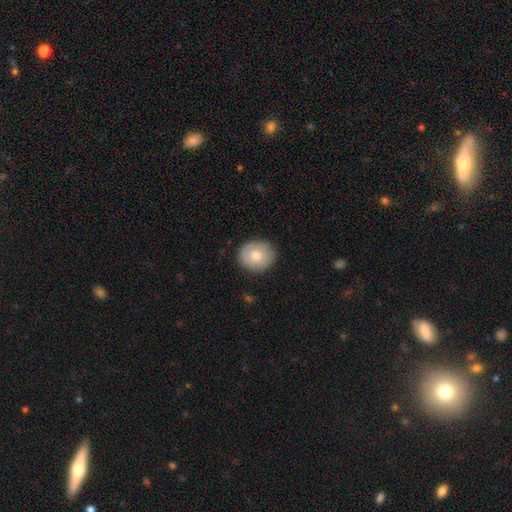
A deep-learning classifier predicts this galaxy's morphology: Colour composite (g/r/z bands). It shows a smooth galaxy with no disk features (76%) that is round (81%). Merging: none (87%).